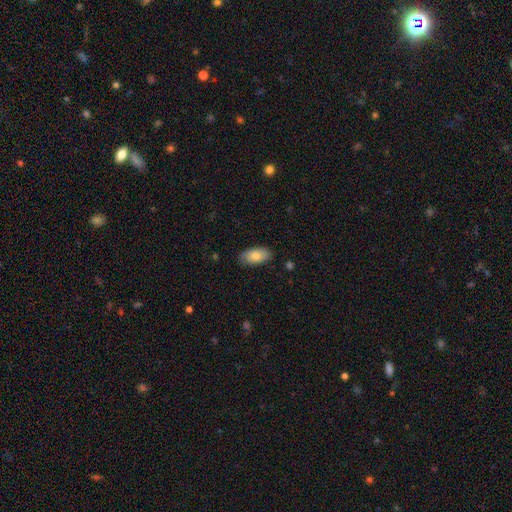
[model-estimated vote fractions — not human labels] Smooth or featured? smooth (79%)
How rounded? in between (93%)
Merging? none (82%)